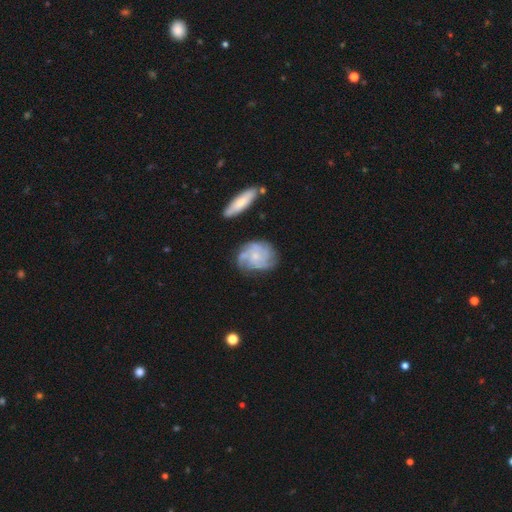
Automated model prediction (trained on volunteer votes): Smooth or featured?
  - featured or disk: 74% *
  - smooth: 20%
  - star or artifact: 6%
Edge-on disk?
  - no: 97% *
  - yes: 3%
Bar?
  - no: 79% *
  - weak: 19%
  - strong: 3%
Spiral arms?
  - yes: 89% *
  - no: 11%
Spiral winding?
  - tight: 52% *
  - medium: 35%
  - loose: 13%
Spiral arm count?
  - can't tell: 33% *
  - 4: 25%
  - 3: 21%
  - 2: 9%
  - more than 4: 6%
  - 1: 5%
Bulge size?
  - small: 70% *
  - moderate: 20%
  - none: 7%
  - large: 2%
  - dominant: 1%
Merging?
  - none: 64% *
  - minor disturbance: 22%
  - major disturbance: 10%
  - merger: 4%